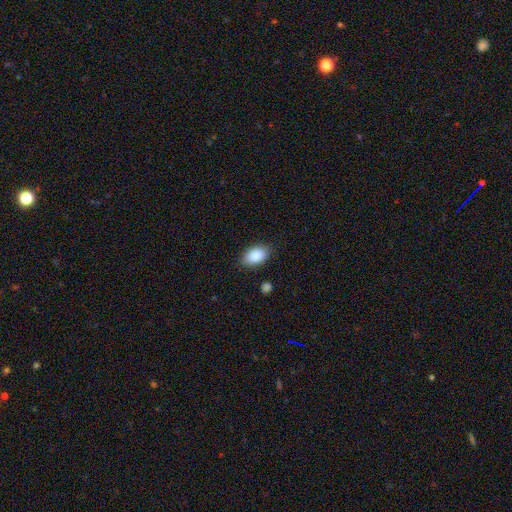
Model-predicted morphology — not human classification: A smooth galaxy with no disk features (88%) that is in between round and cigar-shaped (92%). Merging: none (85%).